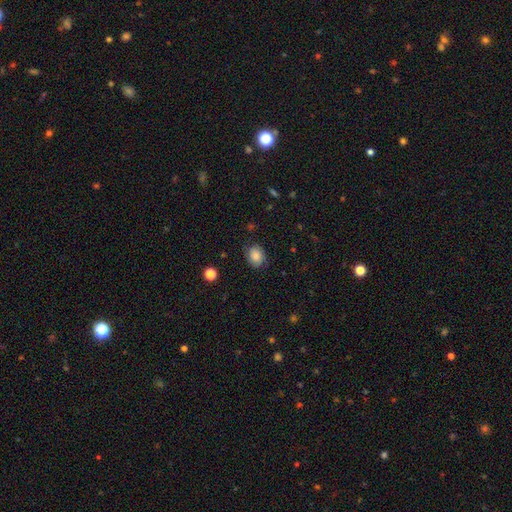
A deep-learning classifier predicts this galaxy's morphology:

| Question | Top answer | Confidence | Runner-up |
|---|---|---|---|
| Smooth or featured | smooth | 81% | featured or disk (10%) |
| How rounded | in between | 54% | round (45%) |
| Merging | none | 80% | minor disturbance (15%) |